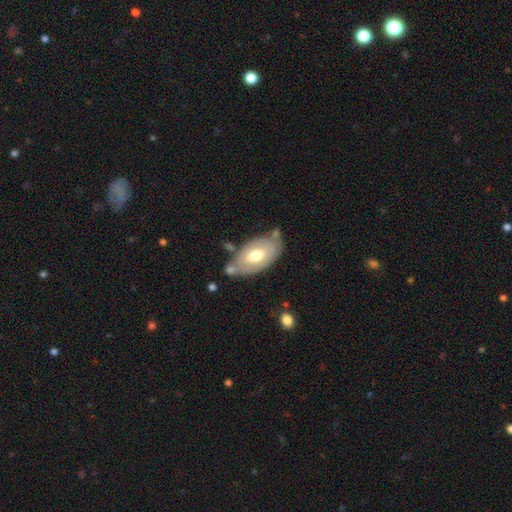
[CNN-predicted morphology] smooth_or_featured: smooth (p=0.51) [alt: featured or disk p=0.44]
how_rounded: in between (p=0.93) [alt: round p=0.04]
merging: none (p=0.57) [alt: minor disturbance p=0.23]